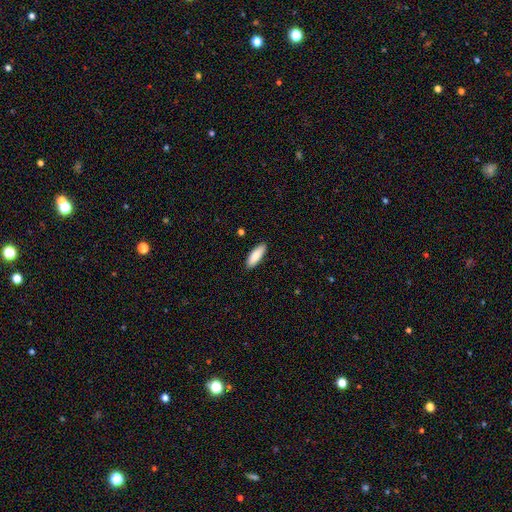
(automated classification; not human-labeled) The model was most divided on "how rounded": in between: 63%, cigar-shaped: 36%, round: 2%. More confident: merging — none (89%); smooth or featured — smooth (87%).